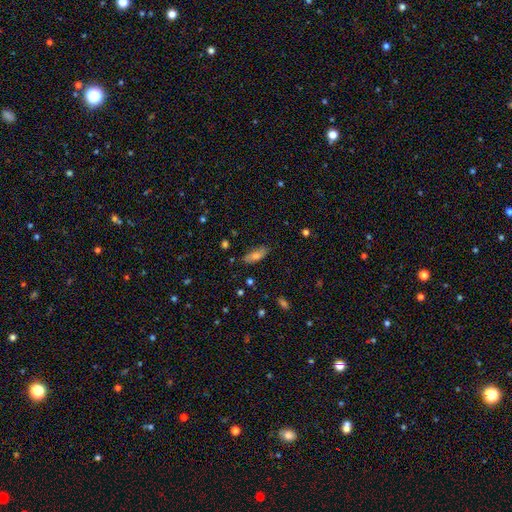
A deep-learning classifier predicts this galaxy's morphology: This appears to be a smooth galaxy with no disk features (73%) that is in between round and cigar-shaped (69%). Merging: none (82%).